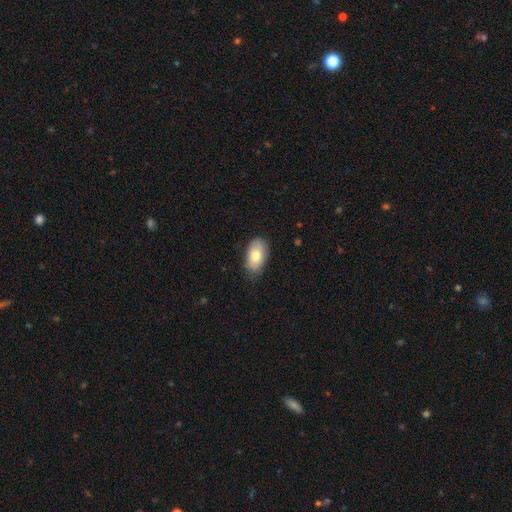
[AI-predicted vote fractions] This appears to be a smooth galaxy with no disk features (75%) that is in between round and cigar-shaped (92%). Merging: none (76%).